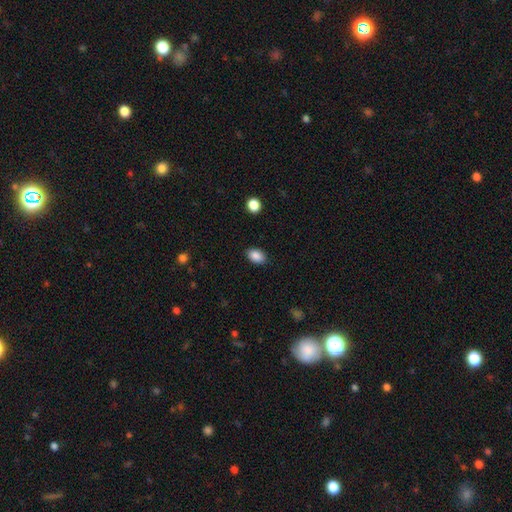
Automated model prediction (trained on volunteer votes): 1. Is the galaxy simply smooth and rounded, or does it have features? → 88% smooth, 8% star or artifact, 4% featured or disk.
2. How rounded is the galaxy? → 85% in between, 14% round, 1% cigar-shaped.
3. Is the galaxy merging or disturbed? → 88% none, 9% minor disturbance, 2% major disturbance, 1% merger.